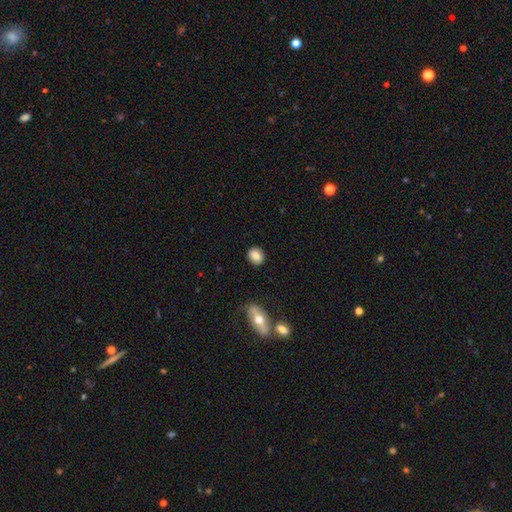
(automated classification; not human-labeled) Overall: smooth (79%). How rounded: round (62%; in between 36%). Merging: none (86%).